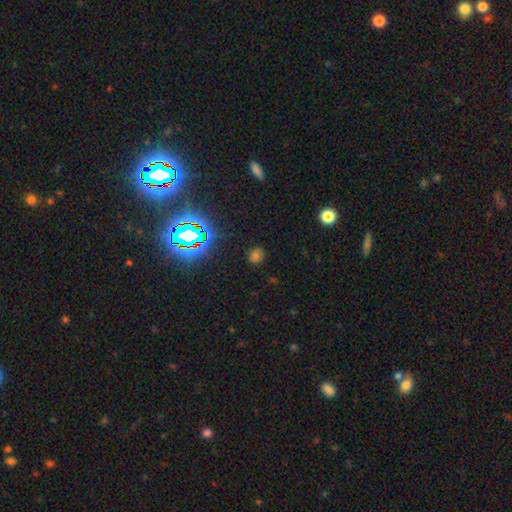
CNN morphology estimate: A smooth galaxy with no disk features (58%) that is round (71%). Merging: none (85%).